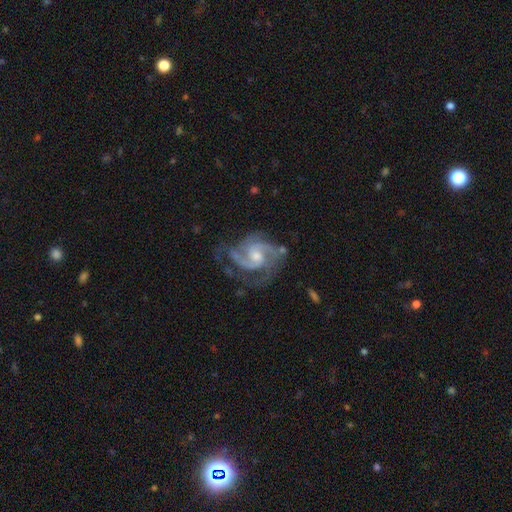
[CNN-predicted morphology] Q: Smooth or featured?
A: featured or disk (92%); runner-up: star or artifact (4%)
Q: Edge-on disk?
A: no (98%); runner-up: yes (2%)
Q: Bar?
A: no (48%); runner-up: weak (43%)
Q: Spiral arms?
A: yes (98%); runner-up: no (2%)
Q: Spiral winding?
A: medium (55%); runner-up: tight (35%)
Q: Spiral arm count?
A: 2 (55%); runner-up: 3 (29%)
Q: Bulge size?
A: moderate (53%); runner-up: small (39%)
Q: Merging?
A: none (62%); runner-up: minor disturbance (22%)